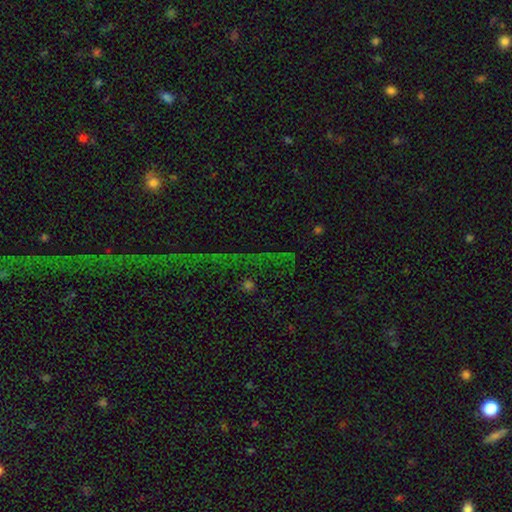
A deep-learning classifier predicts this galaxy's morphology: Smooth or featured?
  - star or artifact: 74% *
  - smooth: 14%
  - featured or disk: 12%